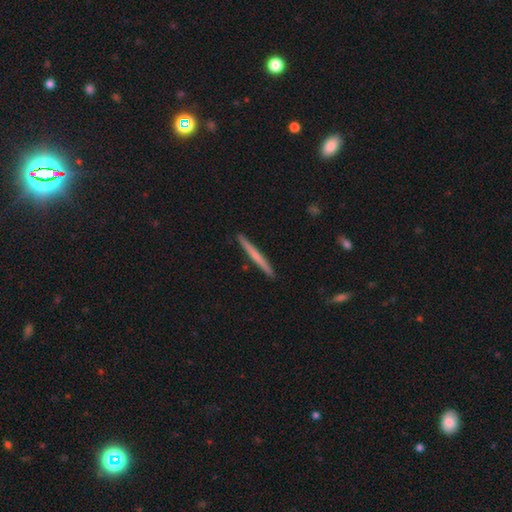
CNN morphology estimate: Smooth or featured? smooth (54%)
How rounded? cigar-shaped (97%)
Merging? none (92%)